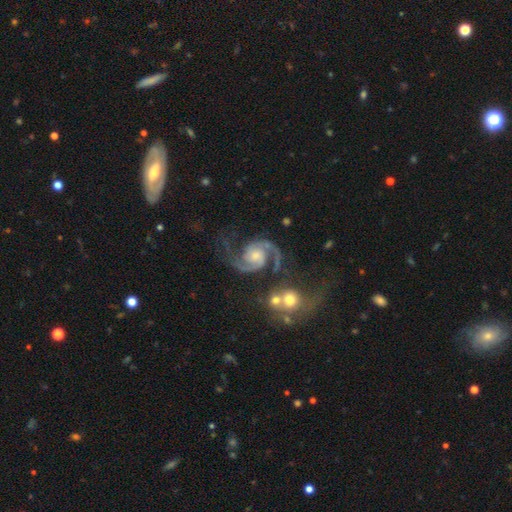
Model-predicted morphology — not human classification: Smooth or featured?
  - featured or disk: 93% *
  - star or artifact: 4%
  - smooth: 3%
Edge-on disk?
  - no: 98% *
  - yes: 2%
Bar?
  - no: 64% *
  - weak: 29%
  - strong: 7%
Spiral arms?
  - yes: 98% *
  - no: 2%
Spiral winding?
  - medium: 58% *
  - loose: 26%
  - tight: 16%
Spiral arm count?
  - 2: 94% *
  - 3: 2%
  - 1: 1%
  - can't tell: 1%
  - 4: 1%
  - more than 4: 1%
Bulge size?
  - moderate: 45% *
  - small: 37%
  - large: 9%
  - none: 8%
  - dominant: 2%
Merging?
  - none: 66% *
  - minor disturbance: 16%
  - major disturbance: 11%
  - merger: 6%